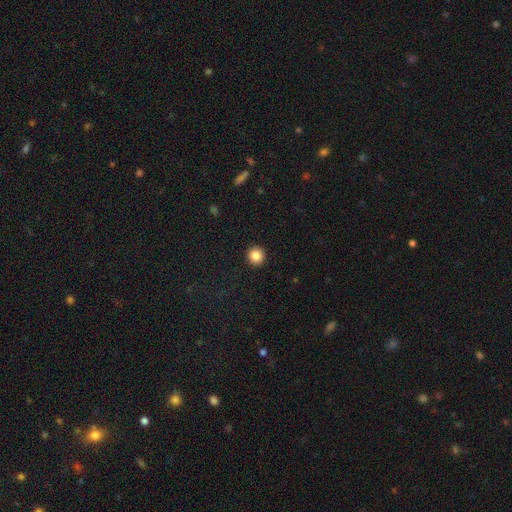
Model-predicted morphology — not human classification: This appears to be a smooth galaxy with no disk features (86%) that is round (94%). Merging: none (93%).